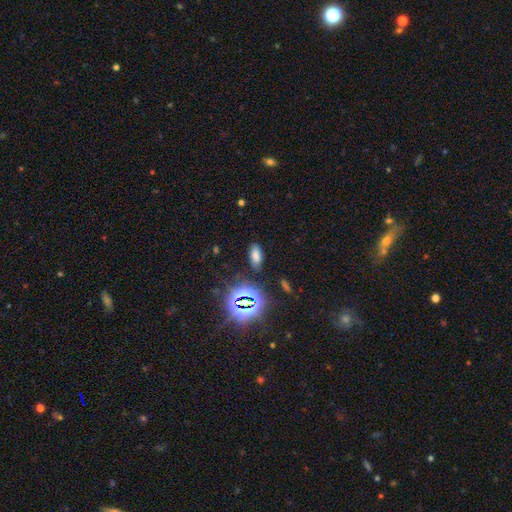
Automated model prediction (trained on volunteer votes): A smooth galaxy with no disk features (65%) that is in between round and cigar-shaped (87%). Merging: none (84%).